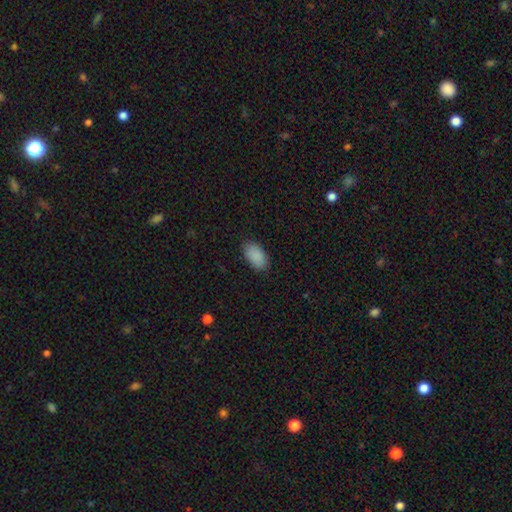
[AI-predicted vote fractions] smooth 90%, star or artifact 7%, featured or disk 3%. Down the decision tree: how rounded — in between (94%); merging — none (85%).